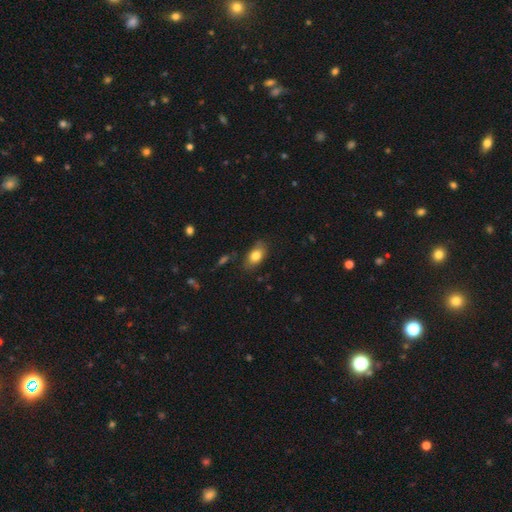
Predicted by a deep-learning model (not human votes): Smooth or featured?
  - smooth: 80% *
  - featured or disk: 12%
  - star or artifact: 8%
How rounded?
  - in between: 88% *
  - round: 9%
  - cigar-shaped: 3%
Merging?
  - none: 76% *
  - minor disturbance: 18%
  - major disturbance: 4%
  - merger: 2%